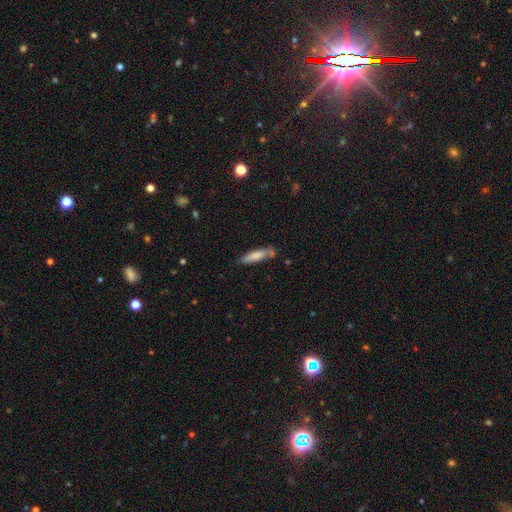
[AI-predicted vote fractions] smooth 76%, featured or disk 18%, star or artifact 6%. Down the decision tree: how rounded — cigar-shaped (81%); merging — none (68%).